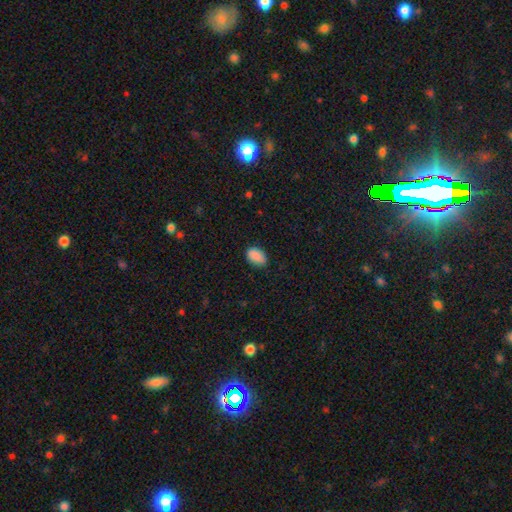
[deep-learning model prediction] Overall: smooth (89%). How rounded: in between (88%). Merging: none (81%).